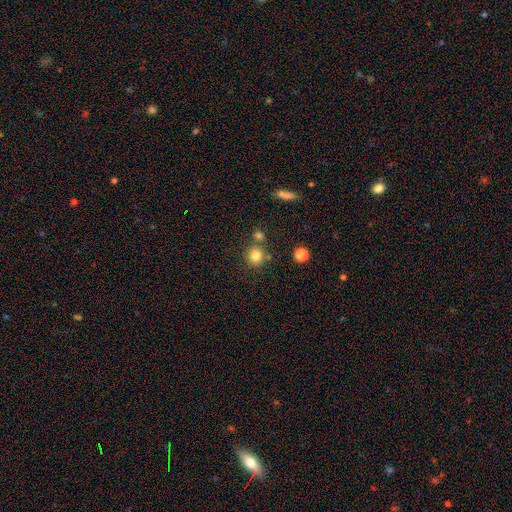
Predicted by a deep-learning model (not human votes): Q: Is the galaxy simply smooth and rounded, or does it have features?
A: smooth — 81%.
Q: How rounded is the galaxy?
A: round — 91%.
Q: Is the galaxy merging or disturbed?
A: none — 74%.